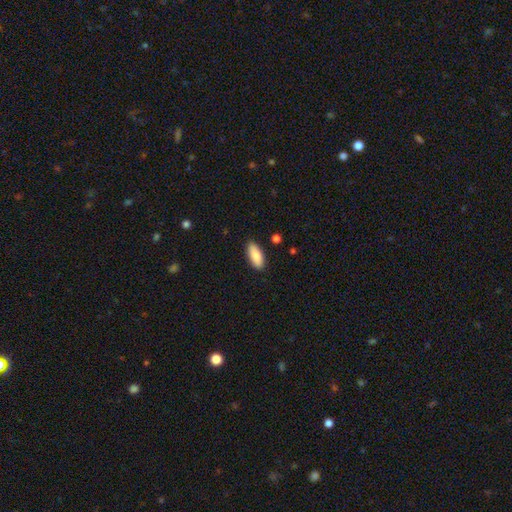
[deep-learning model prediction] A smooth galaxy with no disk features (86%) that is in between round and cigar-shaped (83%).

Vote fractions:
- Smooth or featured? smooth: 86% / featured or disk: 8% / star or artifact: 6%
- How rounded? in between: 83% / cigar-shaped: 15% / round: 2%
- Merging? none: 88% / minor disturbance: 9% / major disturbance: 2% / merger: 2%